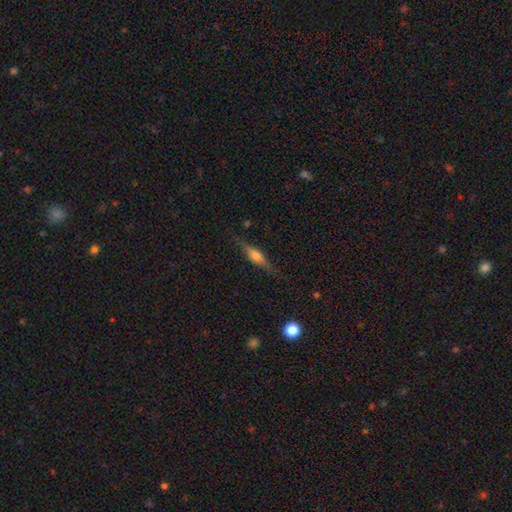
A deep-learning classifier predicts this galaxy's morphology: Smooth or featured?
  - featured or disk: 69% *
  - smooth: 23%
  - star or artifact: 8%
Edge-on disk?
  - yes: 96% *
  - no: 4%
Edge-on bulge?
  - rounded: 82% *
  - boxy: 15%
  - none: 3%
Merging?
  - none: 84% *
  - minor disturbance: 11%
  - major disturbance: 3%
  - merger: 1%